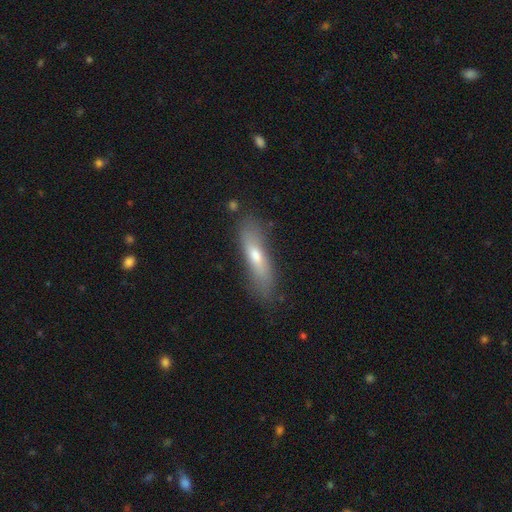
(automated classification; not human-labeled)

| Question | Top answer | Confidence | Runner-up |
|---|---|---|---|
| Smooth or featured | smooth | 56% | featured or disk (36%) |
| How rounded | cigar-shaped | 71% | in between (26%) |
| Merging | none | 78% | minor disturbance (16%) |